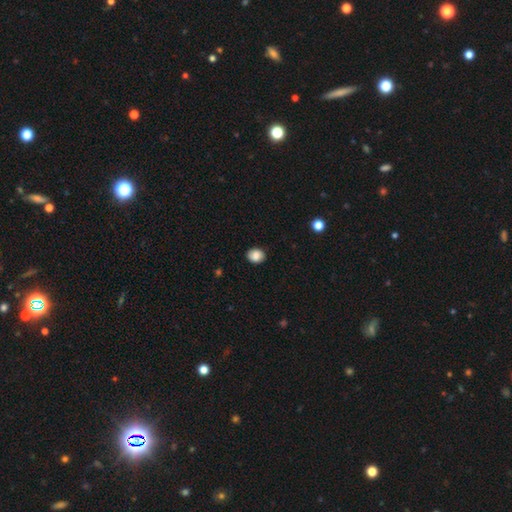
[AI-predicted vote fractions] Q: Smooth or featured?
A: smooth (85%); runner-up: star or artifact (9%)
Q: How rounded?
A: round (55%); runner-up: in between (44%)
Q: Merging?
A: none (86%); runner-up: minor disturbance (10%)